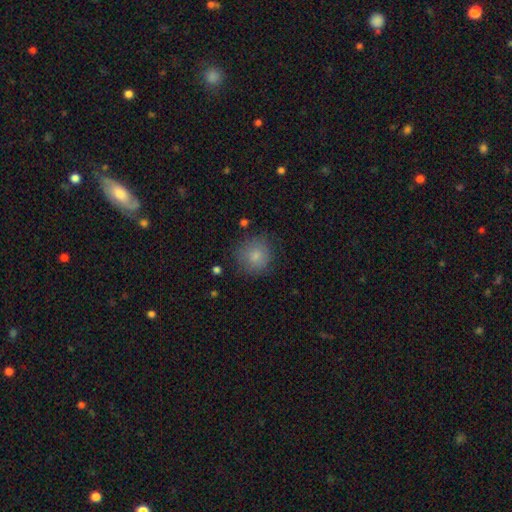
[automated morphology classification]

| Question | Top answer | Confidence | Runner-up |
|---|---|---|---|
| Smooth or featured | smooth | 81% | featured or disk (10%) |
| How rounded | round | 89% | in between (11%) |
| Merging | none | 76% | minor disturbance (16%) |